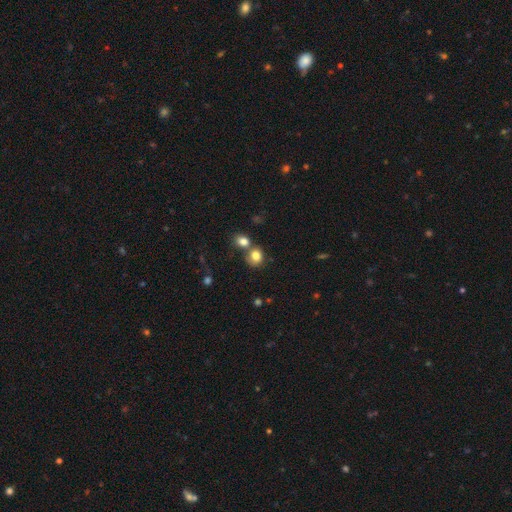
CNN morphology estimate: smooth_or_featured: smooth (p=0.80) [alt: star or artifact p=0.11]
how_rounded: round (p=0.70) [alt: in between p=0.29]
merging: none (p=0.49) [alt: merger p=0.36]